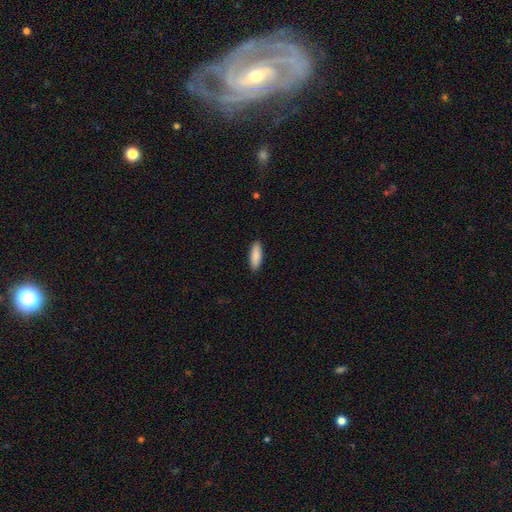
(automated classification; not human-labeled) This appears to be a smooth galaxy with no disk features (89%) that is in between round and cigar-shaped (57%). Merging: none (90%).